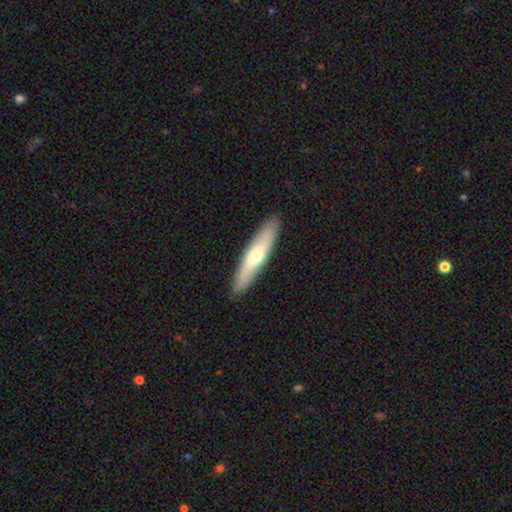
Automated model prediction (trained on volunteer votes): This is possibly a smooth galaxy (56%). How rounded: clearly cigar-shaped (85%). Merging: clearly none (90%).